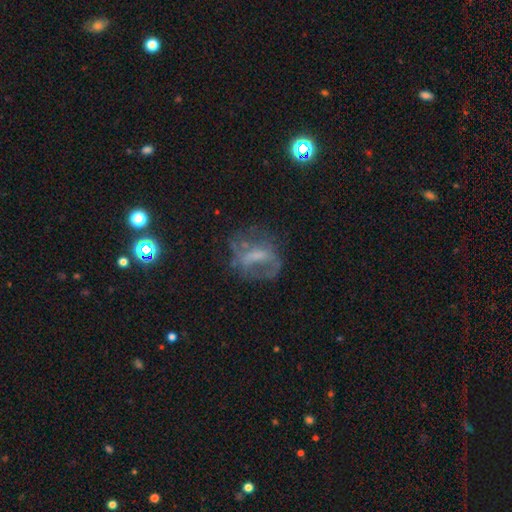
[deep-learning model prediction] Smooth or featured? featured or disk (55%)
Edge-on disk? no (94%)
Bar? no (41%)
Spiral arms? no (59%)
Bulge size? none (41%)
Merging? none (47%)